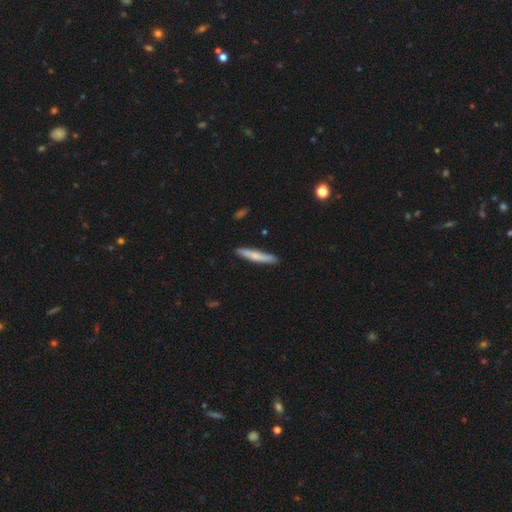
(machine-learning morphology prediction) Overall: smooth (67%; featured or disk 27%). How rounded: cigar-shaped (93%). Merging: none (87%).